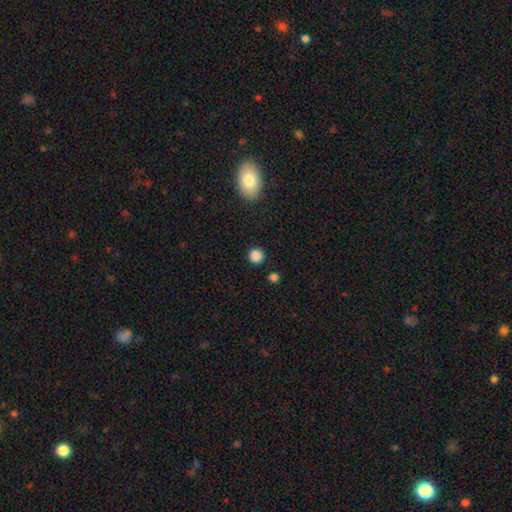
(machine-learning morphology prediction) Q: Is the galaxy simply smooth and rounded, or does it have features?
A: smooth — 85%.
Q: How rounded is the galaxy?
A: round — 94%.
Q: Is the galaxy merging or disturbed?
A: none — 90%.